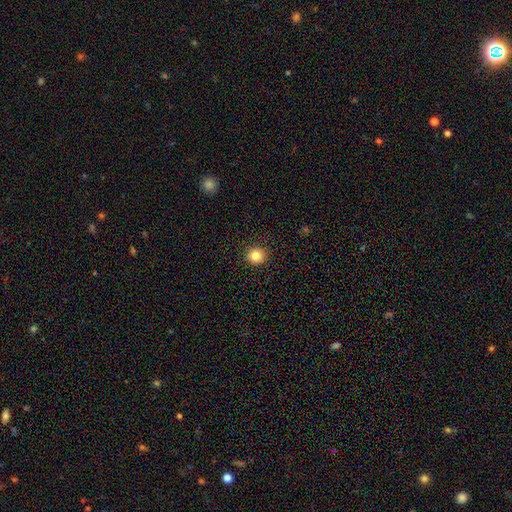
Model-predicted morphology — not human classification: type=smooth (84%); roundness=round (91%); merging=none (92%).